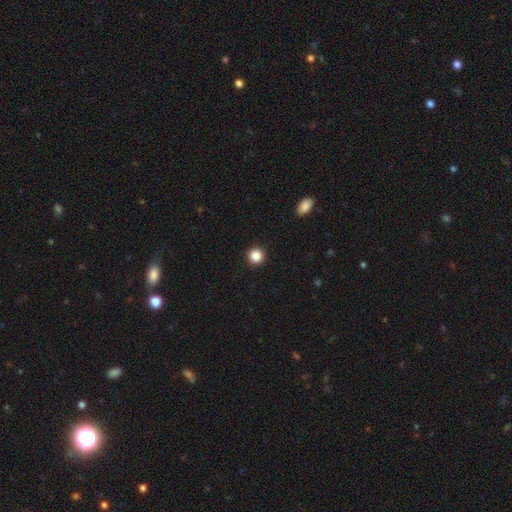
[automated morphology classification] Smooth or featured?
  - smooth: 86% *
  - star or artifact: 11%
  - featured or disk: 3%
How rounded?
  - round: 96% *
  - in between: 4%
  - cigar-shaped: 1%
Merging?
  - none: 94% *
  - minor disturbance: 4%
  - major disturbance: 1%
  - merger: 1%